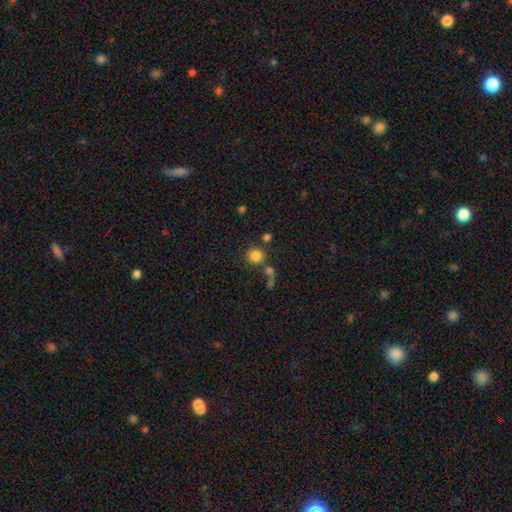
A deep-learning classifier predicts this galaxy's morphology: Smooth or featured: smooth — 82% (star or artifact — 11%)
How rounded: round — 89% (in between — 10%)
Merging: none — 67% (merger — 18%)